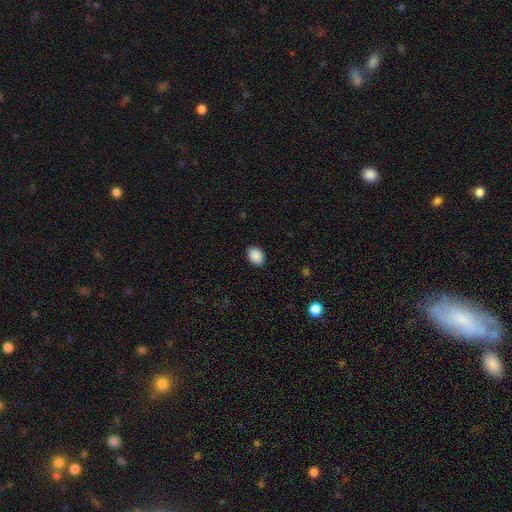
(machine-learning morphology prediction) A smooth galaxy with no disk features (90%) that is in between round and cigar-shaped (74%). Merging: none (89%).